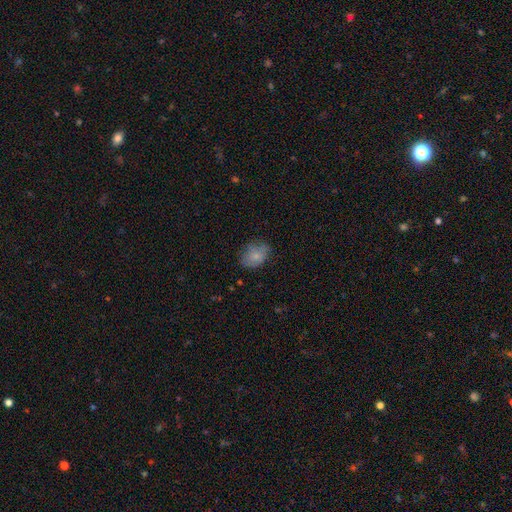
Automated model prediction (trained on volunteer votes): Smooth or featured: smooth — 77% (featured or disk — 15%)
How rounded: in between — 71% (round — 28%)
Merging: none — 66% (minor disturbance — 25%)